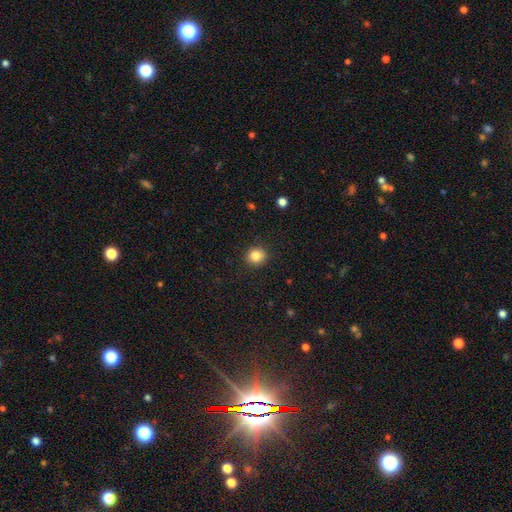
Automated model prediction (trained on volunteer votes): Overall: smooth (84%). How rounded: round (85%). Merging: none (90%).